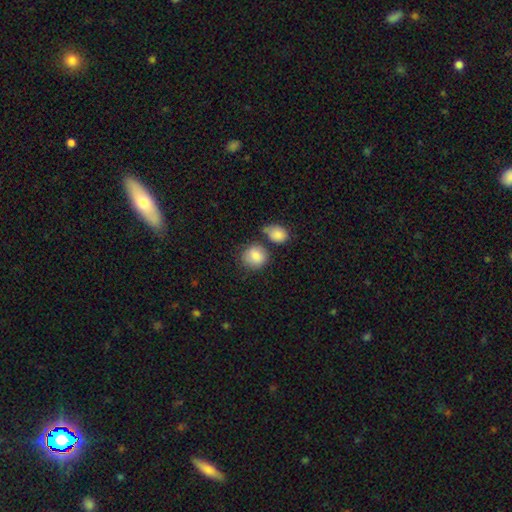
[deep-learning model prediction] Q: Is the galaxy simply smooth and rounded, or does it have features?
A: smooth — 86%.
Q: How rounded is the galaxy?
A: round — 79%.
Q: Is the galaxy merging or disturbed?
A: none — 59%.